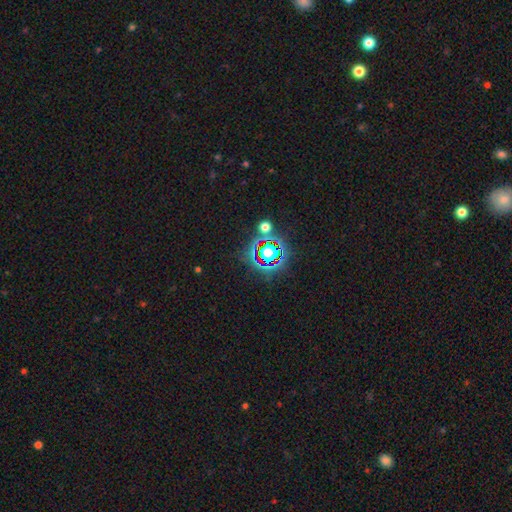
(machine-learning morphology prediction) smooth_or_featured: star or artifact (p=0.79) [alt: smooth p=0.13]